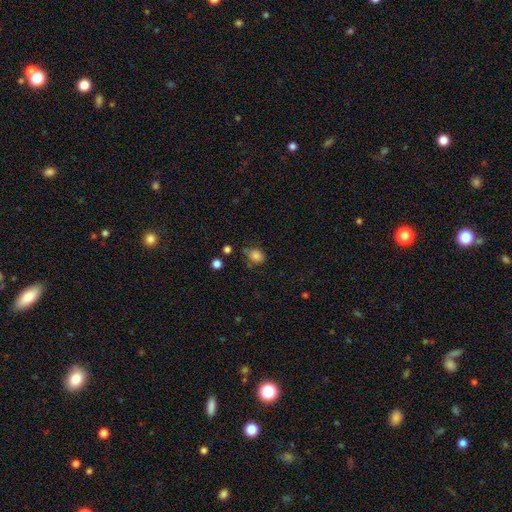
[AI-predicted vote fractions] smooth_or_featured: smooth (p=0.83) [alt: star or artifact p=0.12]
how_rounded: in between (p=0.52) [alt: round p=0.47]
merging: none (p=0.62) [alt: minor disturbance p=0.25]